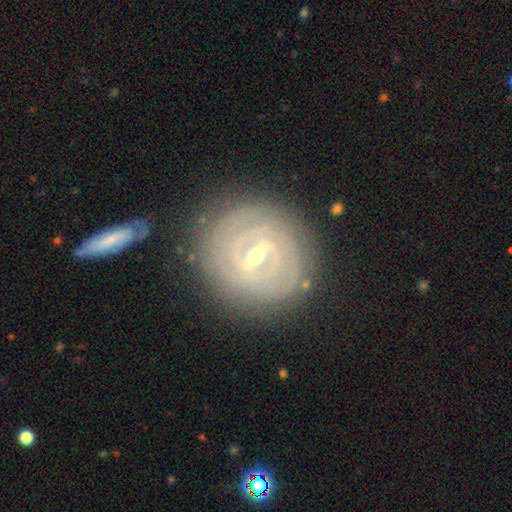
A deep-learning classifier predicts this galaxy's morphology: Smooth or featured? Predicted: featured or disk (p=0.87). Edge-on disk? Predicted: no (p=0.96). Bar? Predicted: strong (p=0.52). Spiral arms? Predicted: yes (p=0.92). Spiral winding? Predicted: tight (p=0.85). Spiral arm count? Predicted: can't tell (p=0.30). Bulge size? Predicted: small (p=0.53). Merging? Predicted: none (p=0.84).